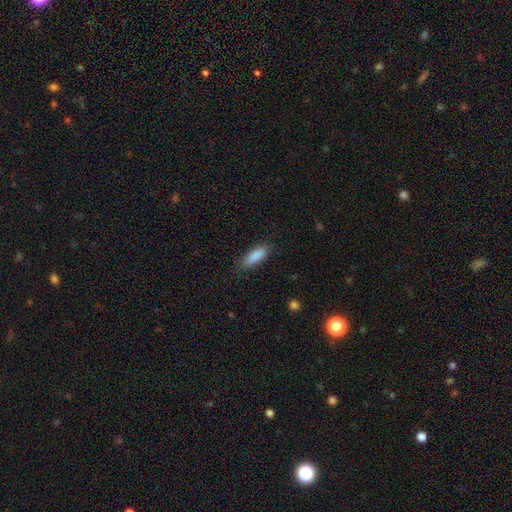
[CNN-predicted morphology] A smooth galaxy with no disk features (87%) that is in between round and cigar-shaped (62%). Merging: none (79%).